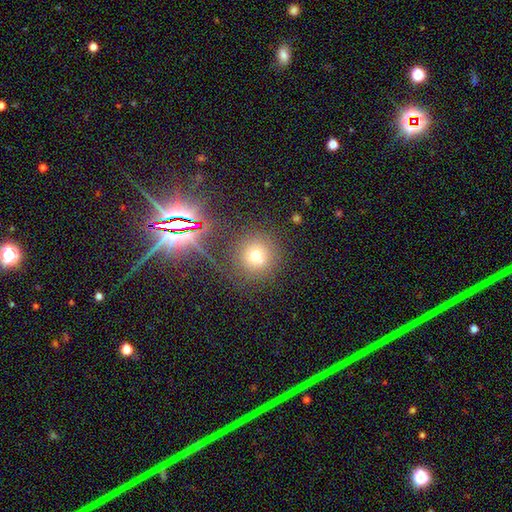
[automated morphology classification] smooth-or-featured: smooth: 65% | star or artifact: 25% | featured or disk: 10%
  how-rounded: round: 93% | in between: 6% | cigar-shaped: 1%
  merging: none: 85% | minor disturbance: 8% | major disturbance: 4% | merger: 3%